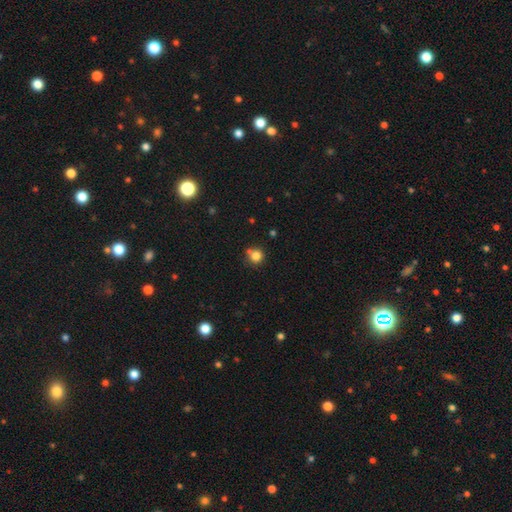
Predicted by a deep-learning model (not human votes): Smooth or featured? Predicted: smooth (p=0.81). How rounded? Predicted: round (p=0.91). Merging? Predicted: none (p=0.68).